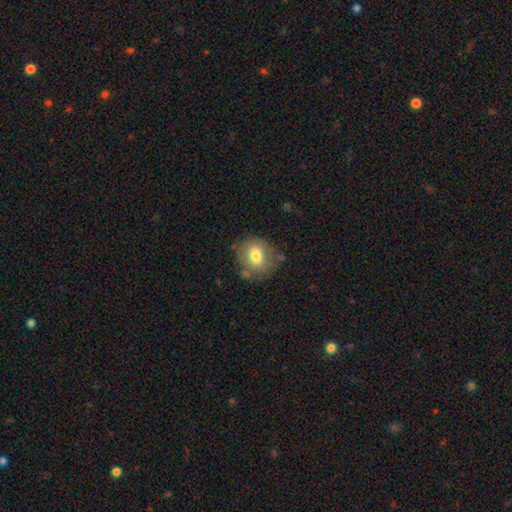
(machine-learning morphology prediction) Smooth or featured? smooth (73%)
How rounded? round (73%)
Merging? none (73%)